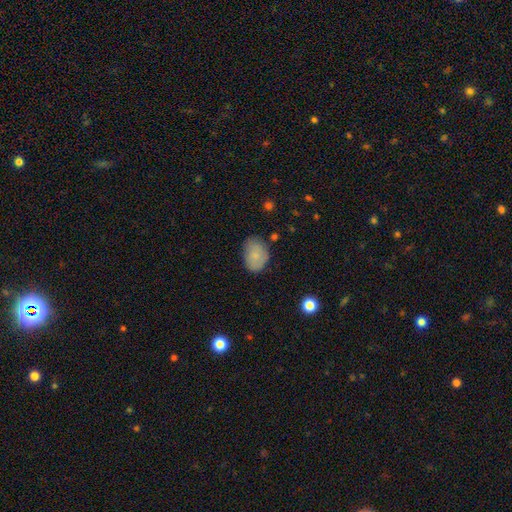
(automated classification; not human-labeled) Smooth or featured: smooth — 81% (featured or disk — 11%)
How rounded: in between — 77% (round — 22%)
Merging: none — 69% (minor disturbance — 24%)